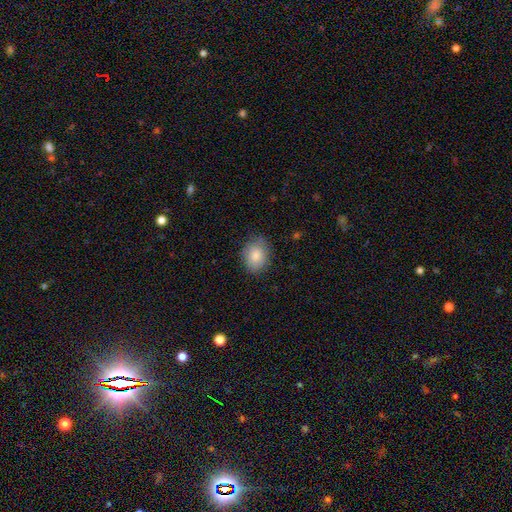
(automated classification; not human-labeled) smooth-or-featured: smooth: 84% | featured or disk: 8% | star or artifact: 7%
  how-rounded: in between: 69% | round: 30% | cigar-shaped: 1%
  merging: none: 79% | minor disturbance: 17% | major disturbance: 4% | merger: 1%